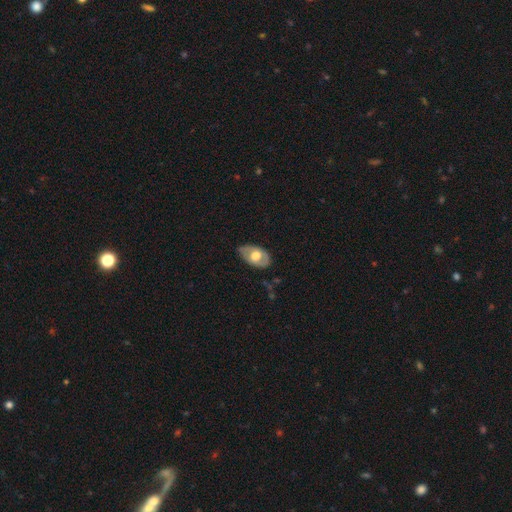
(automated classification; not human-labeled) A smooth galaxy with no disk features (49%).

Vote fractions:
- Smooth or featured? smooth: 49% / featured or disk: 46% / star or artifact: 6%
- Merging? none: 68% / minor disturbance: 25% / major disturbance: 6% / merger: 1%